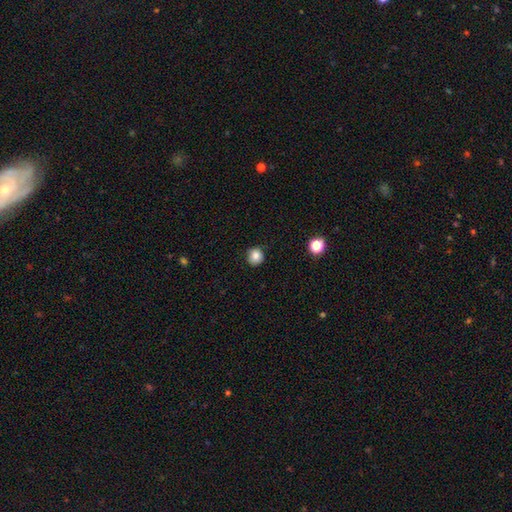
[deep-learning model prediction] Smooth or featured? smooth (84%)
How rounded? round (90%)
Merging? none (87%)